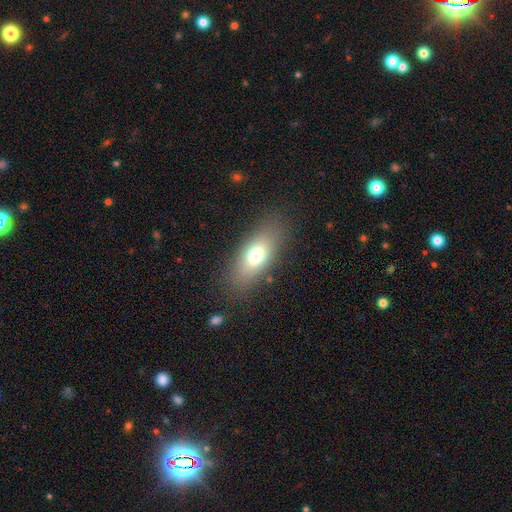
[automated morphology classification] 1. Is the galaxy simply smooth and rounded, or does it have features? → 71% smooth, 20% featured or disk, 10% star or artifact.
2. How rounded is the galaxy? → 81% in between, 14% cigar-shaped, 5% round.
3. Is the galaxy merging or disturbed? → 82% none, 11% minor disturbance, 5% major disturbance, 1% merger.